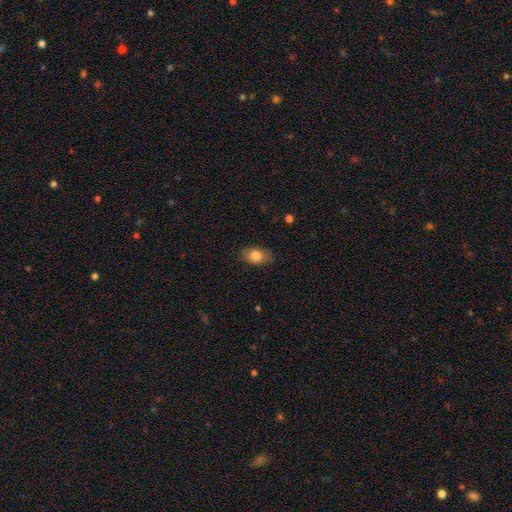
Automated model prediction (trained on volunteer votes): smooth-or-featured: smooth: 81% | featured or disk: 11% | star or artifact: 8%
  how-rounded: in between: 84% | round: 14% | cigar-shaped: 2%
  merging: none: 81% | minor disturbance: 15% | major disturbance: 3% | merger: 1%